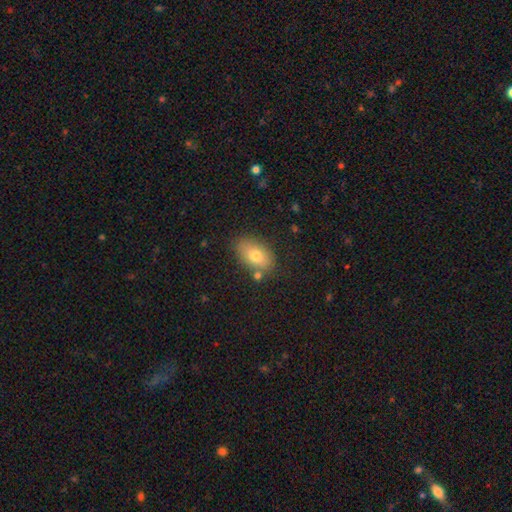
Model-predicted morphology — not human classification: Smooth or featured? Predicted: smooth (p=0.76). How rounded? Predicted: in between (p=0.89). Merging? Predicted: none (p=0.78).